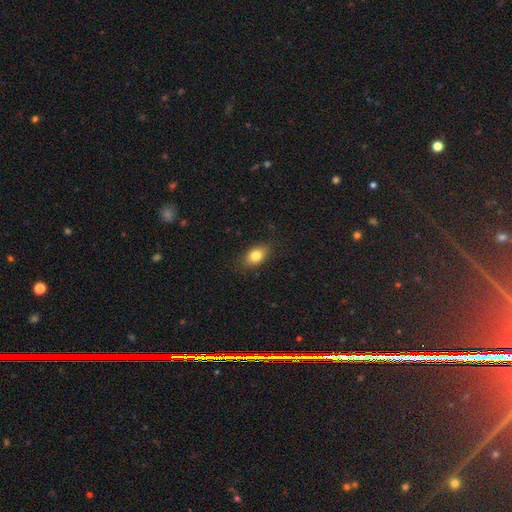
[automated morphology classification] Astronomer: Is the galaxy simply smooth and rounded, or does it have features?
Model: smooth — 80%.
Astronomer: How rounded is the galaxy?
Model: in between — 81%.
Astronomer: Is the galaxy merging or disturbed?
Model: none — 85%.